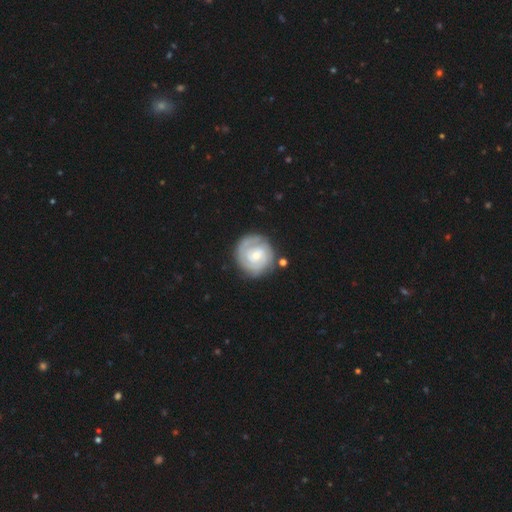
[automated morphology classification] Smooth or featured?
  - featured or disk: 78% *
  - smooth: 17%
  - star or artifact: 5%
Edge-on disk?
  - no: 98% *
  - yes: 2%
Bar?
  - no: 53% *
  - weak: 39%
  - strong: 7%
Spiral arms?
  - yes: 94% *
  - no: 6%
Spiral winding?
  - tight: 72% *
  - medium: 22%
  - loose: 6%
Spiral arm count?
  - 2: 45% *
  - can't tell: 26%
  - 3: 15%
  - 1: 5%
  - 4: 4%
  - more than 4: 4%
Bulge size?
  - small: 53% *
  - moderate: 38%
  - large: 5%
  - none: 3%
  - dominant: 1%
Merging?
  - none: 78% *
  - minor disturbance: 13%
  - major disturbance: 5%
  - merger: 3%